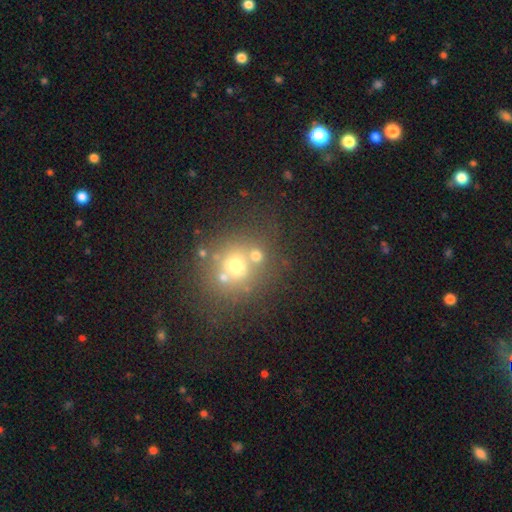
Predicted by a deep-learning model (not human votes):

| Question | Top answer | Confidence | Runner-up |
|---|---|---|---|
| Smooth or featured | smooth | 51% | star or artifact (26%) |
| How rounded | round | 81% | in between (18%) |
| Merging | none | 57% | merger (26%) |